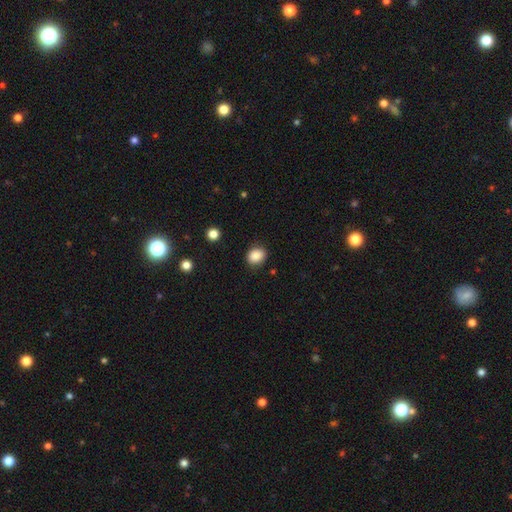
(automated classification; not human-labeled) A smooth galaxy with no disk features (86%) that is round (57%).

Vote fractions:
- Smooth or featured? smooth: 86% / star or artifact: 9% / featured or disk: 4%
- How rounded? round: 57% / in between: 42% / cigar-shaped: 1%
- Merging? none: 85% / minor disturbance: 11% / major disturbance: 3% / merger: 1%